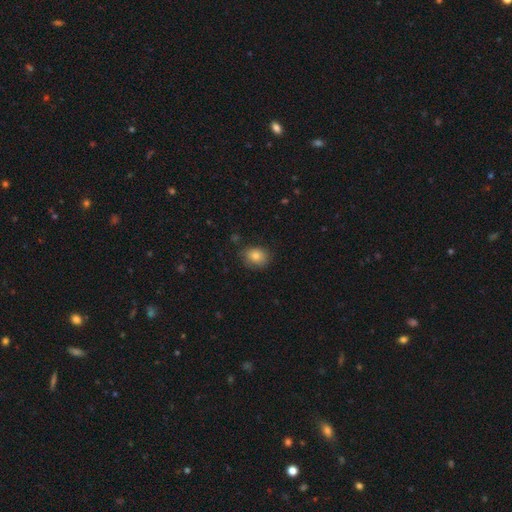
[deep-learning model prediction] smooth_or_featured: smooth (p=0.81) [alt: star or artifact p=0.10]
how_rounded: round (p=0.54) [alt: in between p=0.45]
merging: none (p=0.77) [alt: minor disturbance p=0.18]